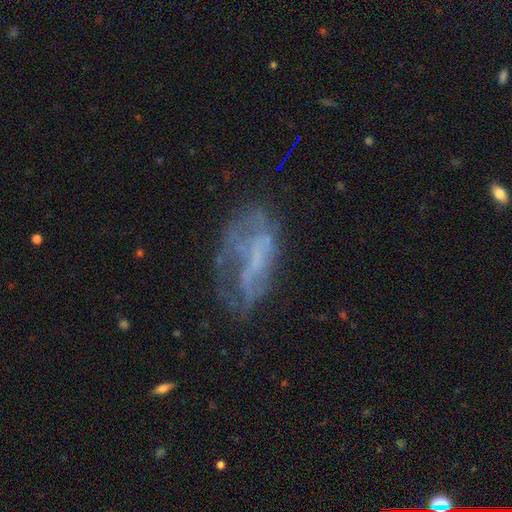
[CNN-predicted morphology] Smooth or featured: featured or disk — 63% (smooth — 25%)
Edge-on disk: no — 93% (yes — 7%)
Bar: no — 64% (weak — 23%)
Spiral arms: no — 60% (yes — 40%)
Bulge size: none — 67% (small — 20%)
Merging: none — 43% (major disturbance — 30%)